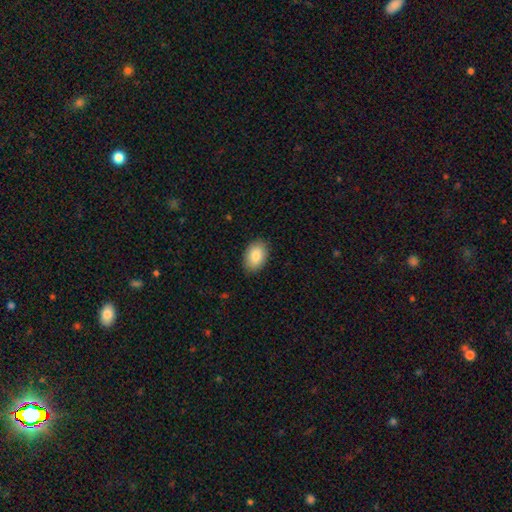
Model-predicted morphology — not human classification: The model was most divided on "how rounded": in between: 86%, round: 12%, cigar-shaped: 1%. More confident: merging — none (87%); smooth or featured — smooth (85%).